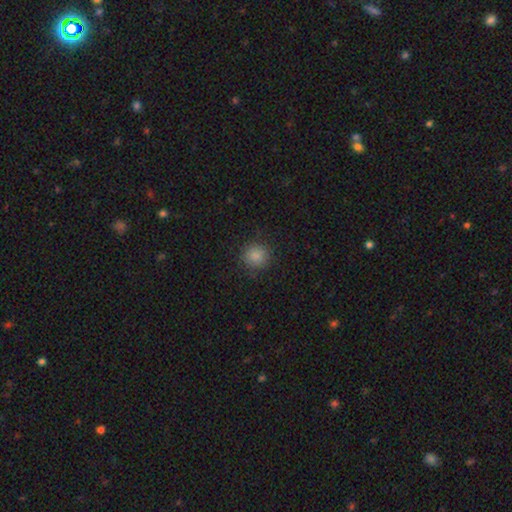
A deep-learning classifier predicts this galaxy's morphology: Smooth or featured? smooth (86%)
How rounded? round (91%)
Merging? none (88%)